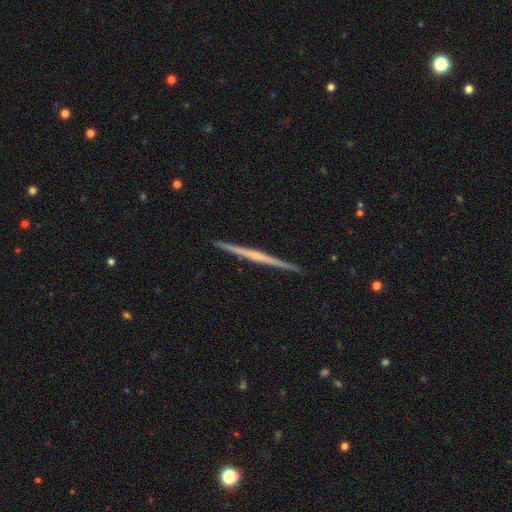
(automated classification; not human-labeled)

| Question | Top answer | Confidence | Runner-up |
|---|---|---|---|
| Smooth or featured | featured or disk | 74% | smooth (21%) |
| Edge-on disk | yes | 99% | no (1%) |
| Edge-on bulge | none | 56% | rounded (35%) |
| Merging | none | 93% | minor disturbance (5%) |